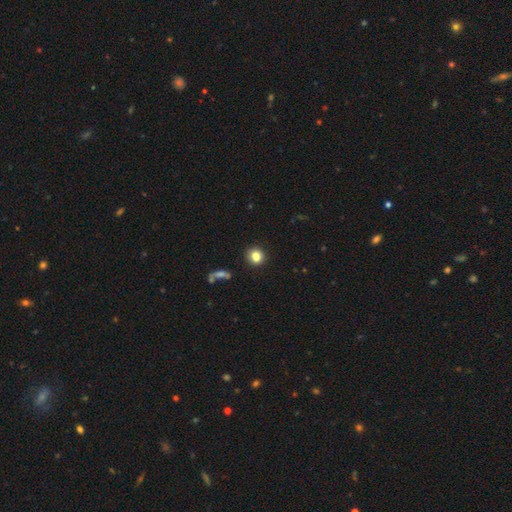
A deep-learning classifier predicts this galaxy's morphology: smooth 83%, star or artifact 11%, featured or disk 6%. Down the decision tree: how rounded — round (81%); merging — none (88%).